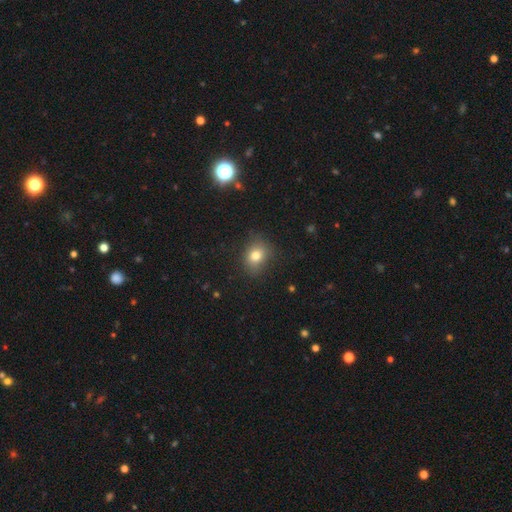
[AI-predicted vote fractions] Morphology: type=smooth (77%); roundness=round (51%); merging=none (79%).